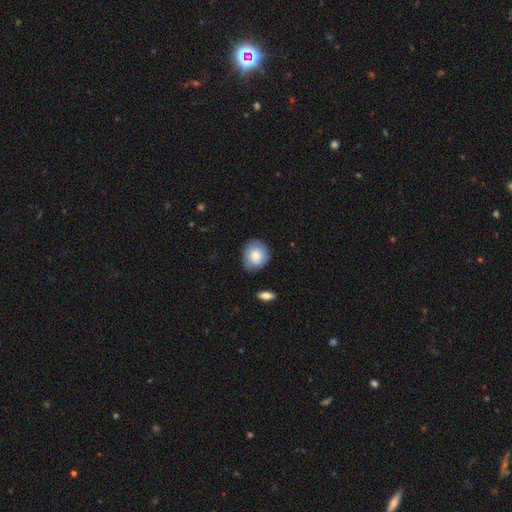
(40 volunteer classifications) Volunteers were most divided on "merging": none: 55%, minor disturbance: 37%, merger: 5%, major disturbance: 3%. More confident: how rounded — round (75%); smooth or featured — smooth (70%).